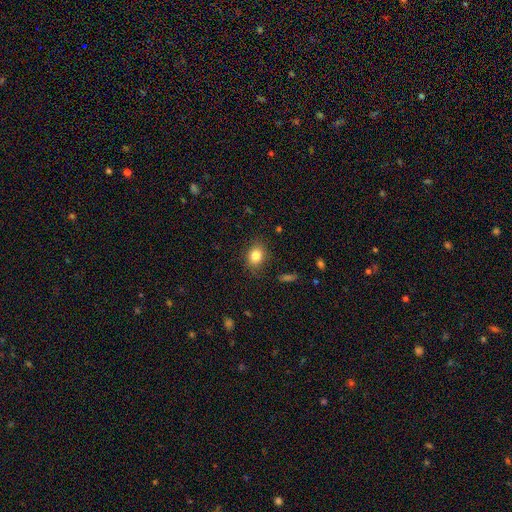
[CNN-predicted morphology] smooth 83%, star or artifact 10%, featured or disk 7%. Down the decision tree: how rounded — in between (50%); merging — none (84%).